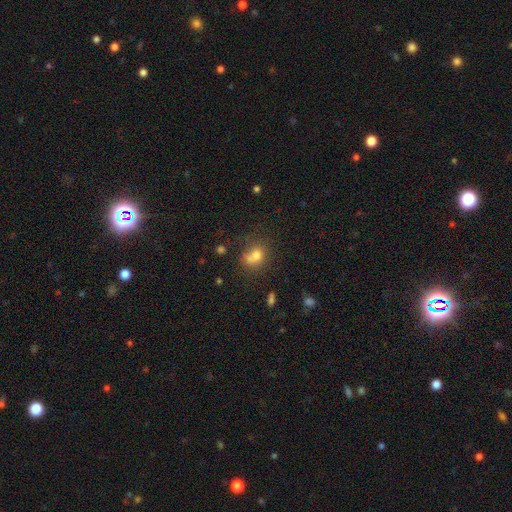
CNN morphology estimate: Smooth or featured?
  - smooth: 71% *
  - featured or disk: 15%
  - star or artifact: 14%
How rounded?
  - round: 70% *
  - in between: 29%
  - cigar-shaped: 1%
Merging?
  - merger: 44% *
  - none: 40%
  - minor disturbance: 11%
  - major disturbance: 5%